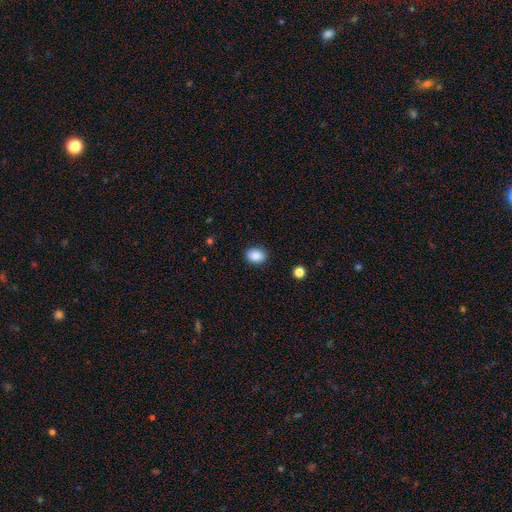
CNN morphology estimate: smooth 88%, star or artifact 8%, featured or disk 3%. Down the decision tree: how rounded — in between (67%); merging — none (88%).